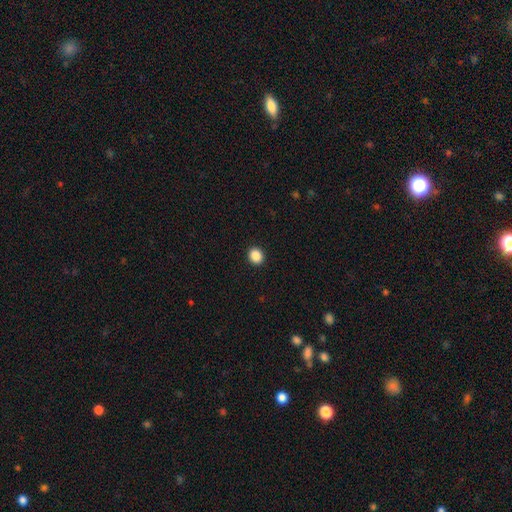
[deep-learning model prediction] A smooth galaxy with no disk features (88%) that is round (81%). Merging: none (93%).